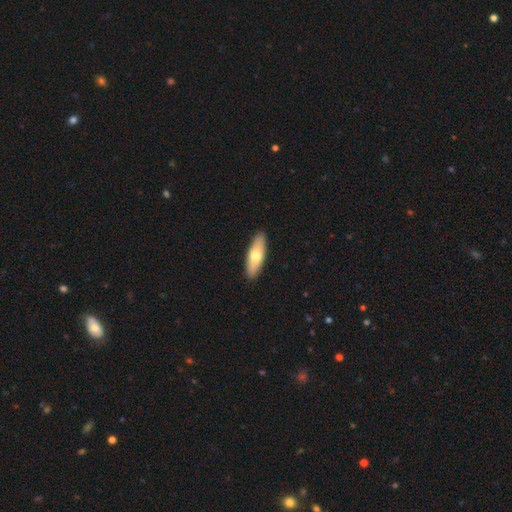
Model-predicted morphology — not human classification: Smooth or featured?
  - smooth: 66% *
  - featured or disk: 29%
  - star or artifact: 5%
How rounded?
  - in between: 54% *
  - cigar-shaped: 44%
  - round: 2%
Merging?
  - none: 90% *
  - minor disturbance: 7%
  - major disturbance: 1%
  - merger: 1%